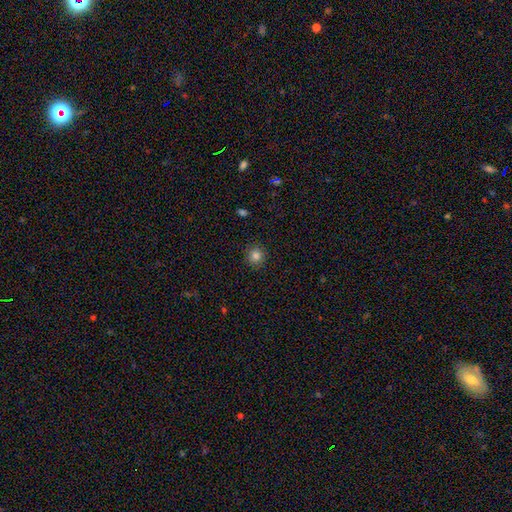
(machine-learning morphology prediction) smooth 83%, star or artifact 12%, featured or disk 5%. Down the decision tree: how rounded — round (91%); merging — none (90%).